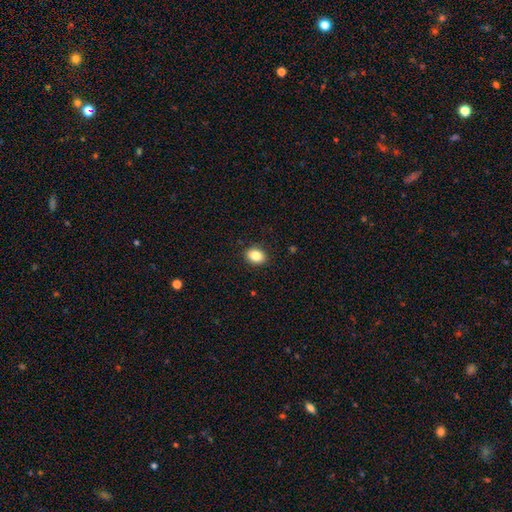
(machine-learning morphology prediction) smooth 85%, star or artifact 9%, featured or disk 6%. Down the decision tree: how rounded — in between (62%); merging — none (89%).